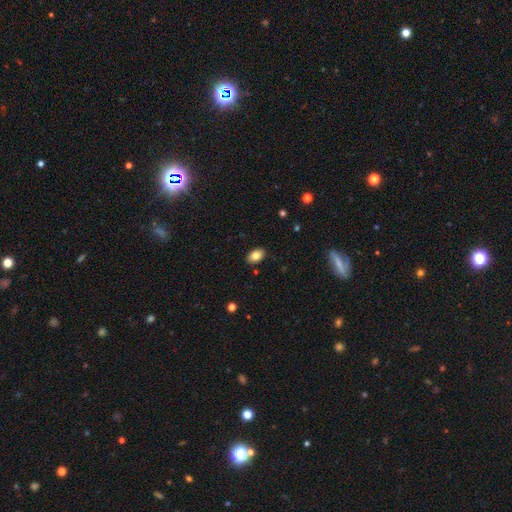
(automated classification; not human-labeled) This appears to be a smooth galaxy with no disk features (82%) that is in between round and cigar-shaped (89%). Merging: none (88%).